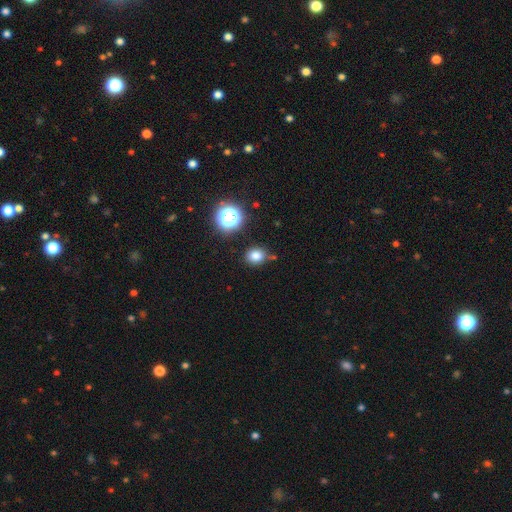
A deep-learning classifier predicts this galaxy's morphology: This appears to be a smooth galaxy with no disk features (79%) that is round (70%). Merging: none (78%).